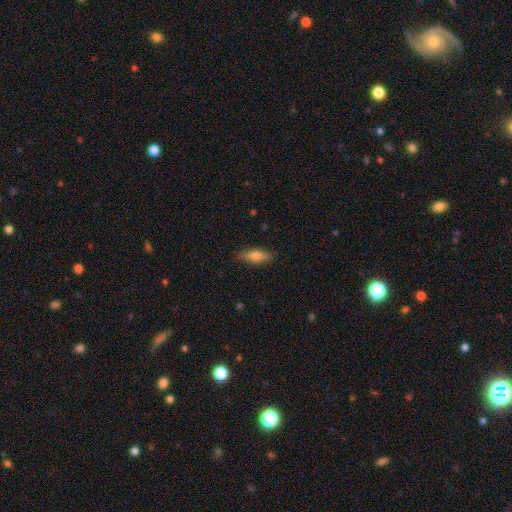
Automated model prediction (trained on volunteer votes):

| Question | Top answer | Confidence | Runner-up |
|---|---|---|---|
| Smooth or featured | smooth | 77% | featured or disk (16%) |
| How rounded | in between | 59% | cigar-shaped (38%) |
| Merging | none | 84% | minor disturbance (12%) |